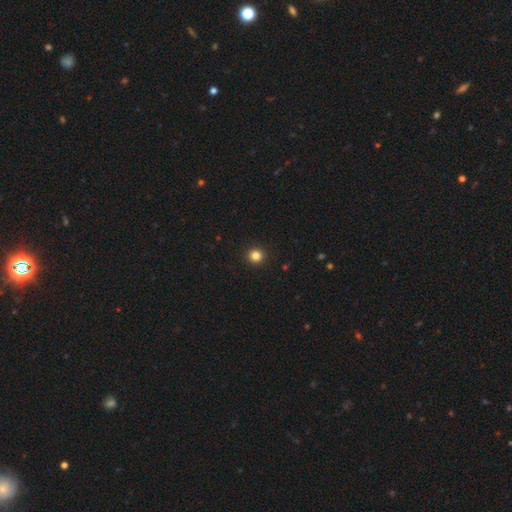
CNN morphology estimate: smooth_or_featured: smooth (p=0.83) [alt: star or artifact p=0.12]
how_rounded: round (p=0.94) [alt: in between p=0.05]
merging: none (p=0.93) [alt: minor disturbance p=0.04]